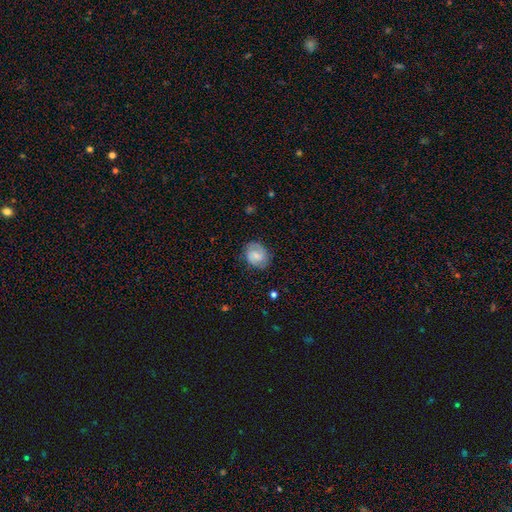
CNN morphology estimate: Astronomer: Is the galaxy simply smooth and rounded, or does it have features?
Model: smooth — 60%.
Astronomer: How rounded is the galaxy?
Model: round — 60% (runner-up: in between, 39%).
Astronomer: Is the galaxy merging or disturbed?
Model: none — 77%.